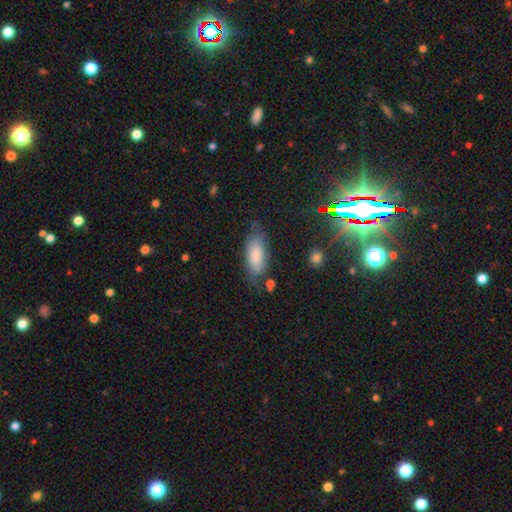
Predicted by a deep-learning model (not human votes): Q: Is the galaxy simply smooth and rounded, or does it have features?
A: smooth — 75%.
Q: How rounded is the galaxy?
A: in between — 82%.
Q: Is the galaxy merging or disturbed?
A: none — 62%.